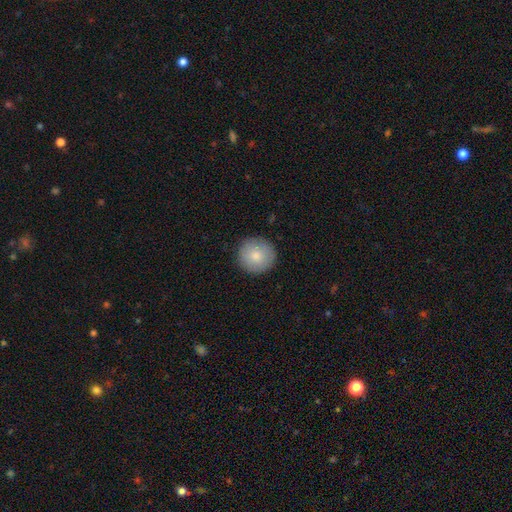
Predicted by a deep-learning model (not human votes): Smooth or featured?
  - smooth: 83% *
  - featured or disk: 10%
  - star or artifact: 7%
How rounded?
  - round: 95% *
  - in between: 4%
  - cigar-shaped: 1%
Merging?
  - none: 90% *
  - minor disturbance: 7%
  - major disturbance: 2%
  - merger: 1%